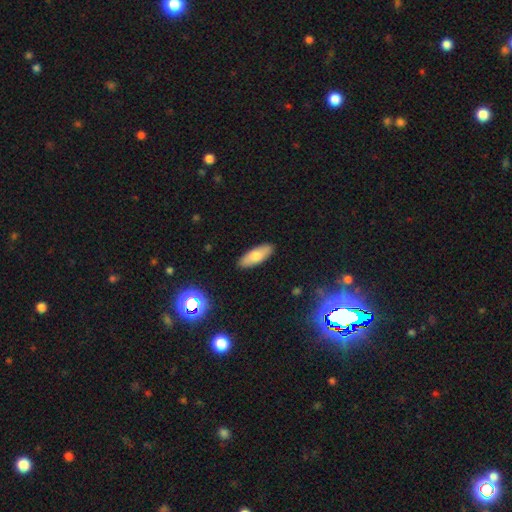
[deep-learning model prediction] Smooth or featured?
  - smooth: 75% *
  - featured or disk: 18%
  - star or artifact: 7%
How rounded?
  - in between: 72% *
  - cigar-shaped: 26%
  - round: 2%
Merging?
  - none: 89% *
  - minor disturbance: 9%
  - major disturbance: 2%
  - merger: 1%